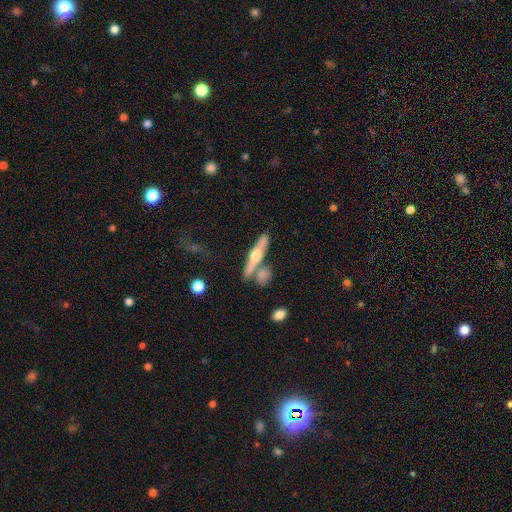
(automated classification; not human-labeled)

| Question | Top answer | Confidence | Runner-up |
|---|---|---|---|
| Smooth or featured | featured or disk | 63% | smooth (31%) |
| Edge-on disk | yes | 93% | no (7%) |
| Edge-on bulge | rounded | 92% | boxy (4%) |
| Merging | none | 63% | merger (20%) |